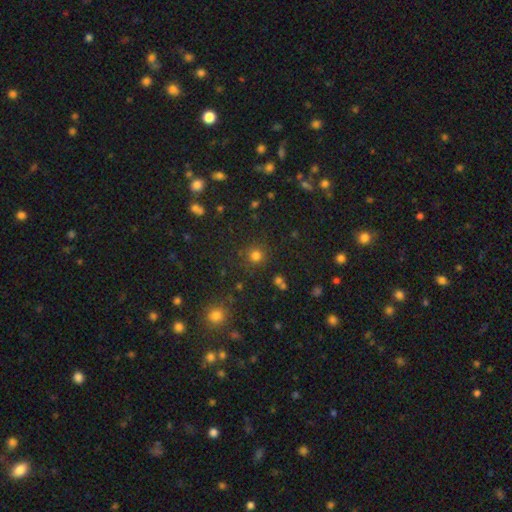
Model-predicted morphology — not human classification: Smooth or featured? Predicted: smooth (p=0.74). How rounded? Predicted: round (p=0.92). Merging? Predicted: none (p=0.84).